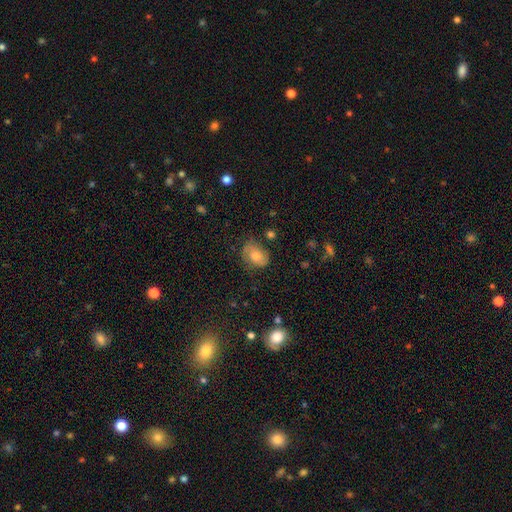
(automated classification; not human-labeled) smooth-or-featured: smooth: 54% | featured or disk: 35% | star or artifact: 12%
  how-rounded: in between: 68% | round: 31% | cigar-shaped: 1%
  merging: none: 67% | minor disturbance: 23% | major disturbance: 8% | merger: 2%